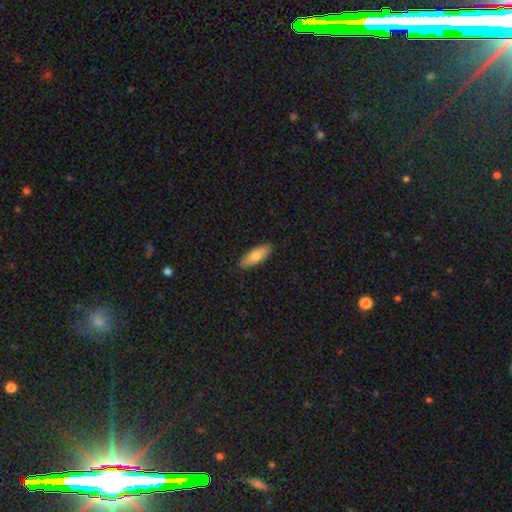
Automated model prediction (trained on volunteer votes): Overall: smooth (74%). How rounded: in between (70%). Merging: none (89%).